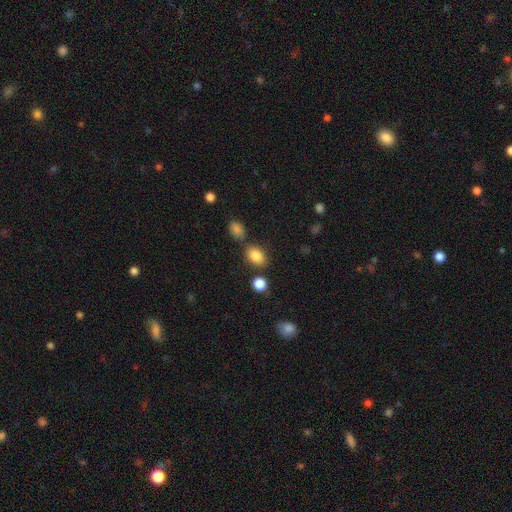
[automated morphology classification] Smooth or featured: smooth — 85% (star or artifact — 10%)
How rounded: in between — 77% (round — 21%)
Merging: none — 70% (minor disturbance — 13%)